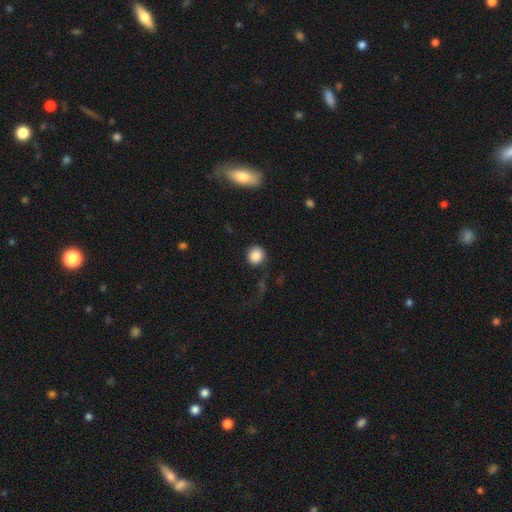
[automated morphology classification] This is clearly a smooth galaxy (87%). How rounded: clearly round (92%). Merging: clearly none (81%).